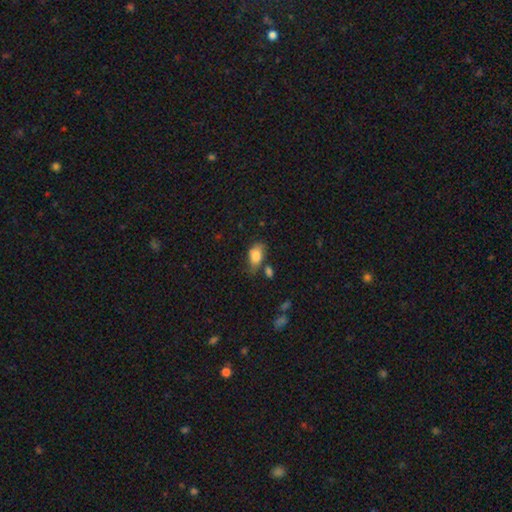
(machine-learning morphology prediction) A smooth galaxy with no disk features (80%) that is in between round and cigar-shaped (88%). Merging: none (45%).